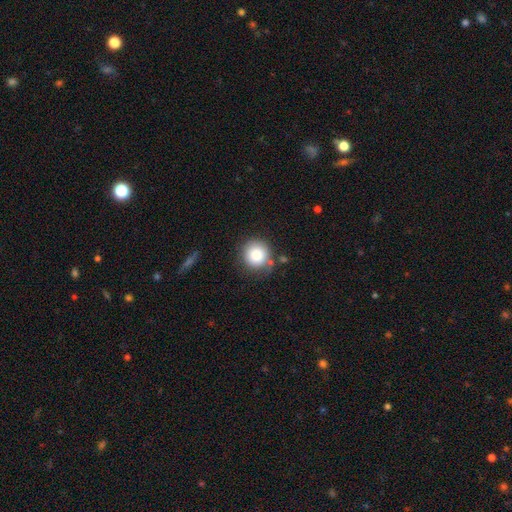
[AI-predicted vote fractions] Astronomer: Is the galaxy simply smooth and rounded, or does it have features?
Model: smooth — 84%.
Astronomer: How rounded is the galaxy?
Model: round — 93%.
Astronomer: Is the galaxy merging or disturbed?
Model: none — 74%.